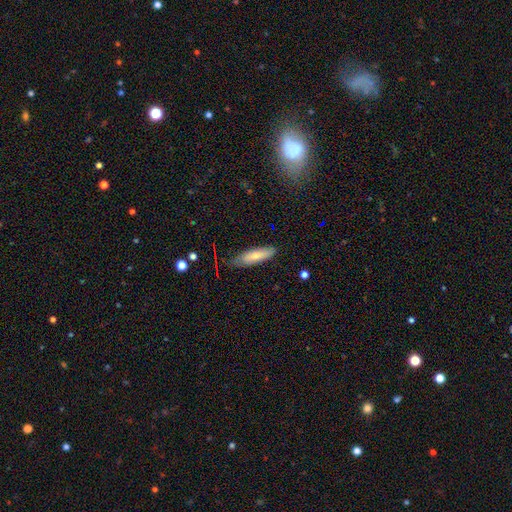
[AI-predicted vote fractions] This appears to be a smooth galaxy with no disk features (73%) that is cigar-shaped (61%). Merging: none (63%).